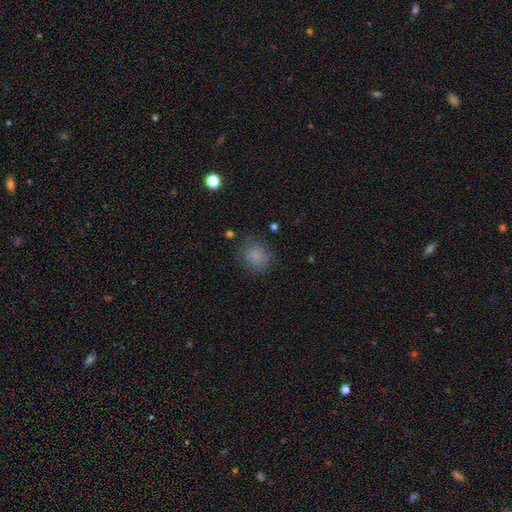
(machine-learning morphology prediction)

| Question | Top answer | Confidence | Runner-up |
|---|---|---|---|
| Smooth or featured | smooth | 80% | star or artifact (12%) |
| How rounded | round | 67% | in between (32%) |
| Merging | none | 75% | minor disturbance (17%) |